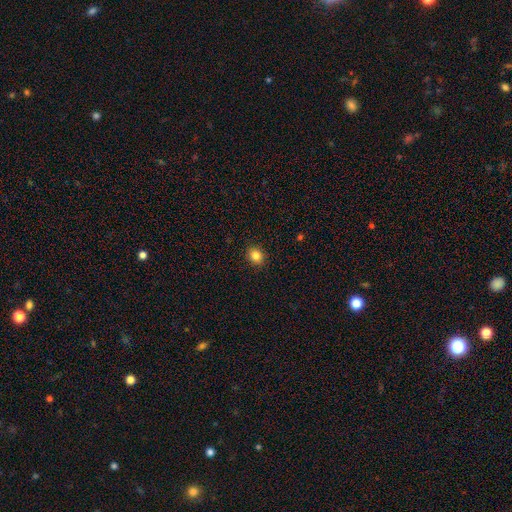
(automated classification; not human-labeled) Smooth or featured? Predicted: smooth (p=0.84). How rounded? Predicted: round (p=0.67). Merging? Predicted: none (p=0.91).